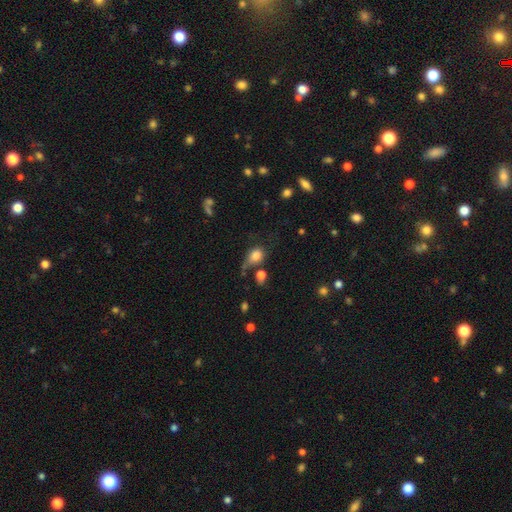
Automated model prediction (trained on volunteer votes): This is likely a smooth galaxy (77%). How rounded: possibly in between (55%). Merging: marginally none (36%).